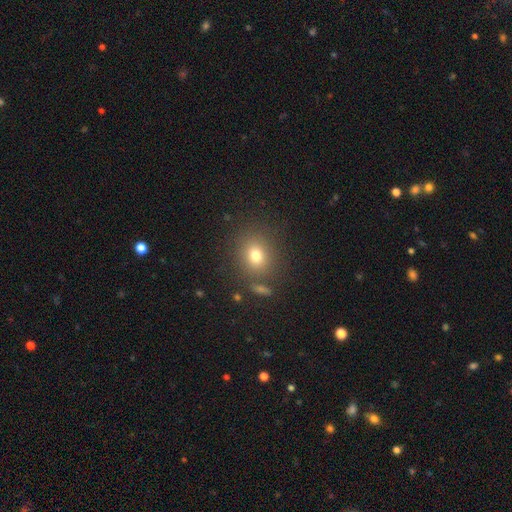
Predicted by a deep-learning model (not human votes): smooth-or-featured: smooth: 75% | star or artifact: 14% | featured or disk: 10%
  how-rounded: round: 71% | in between: 28% | cigar-shaped: 1%
  merging: none: 80% | minor disturbance: 10% | merger: 6% | major disturbance: 4%